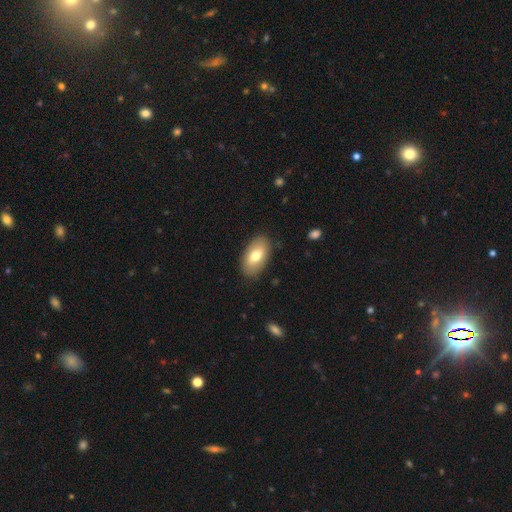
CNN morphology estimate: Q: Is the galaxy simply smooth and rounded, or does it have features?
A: smooth — 71%.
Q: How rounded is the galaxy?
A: in between — 94%.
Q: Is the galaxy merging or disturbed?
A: none — 85%.